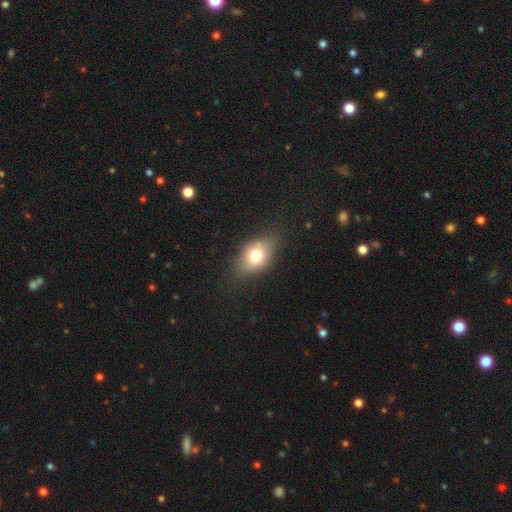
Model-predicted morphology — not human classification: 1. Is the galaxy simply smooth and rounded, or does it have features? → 70% smooth, 20% featured or disk, 10% star or artifact.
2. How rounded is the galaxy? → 78% in between, 19% round, 3% cigar-shaped.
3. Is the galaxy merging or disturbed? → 72% none, 20% minor disturbance, 6% major disturbance, 2% merger.